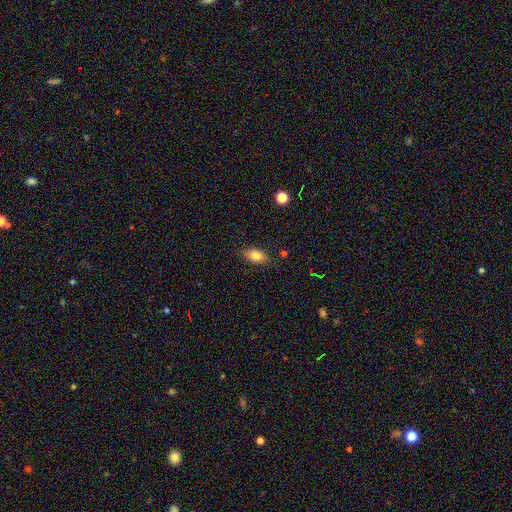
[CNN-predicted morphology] Smooth or featured? Predicted: smooth (p=0.80). How rounded? Predicted: in between (p=0.86). Merging? Predicted: none (p=0.82).